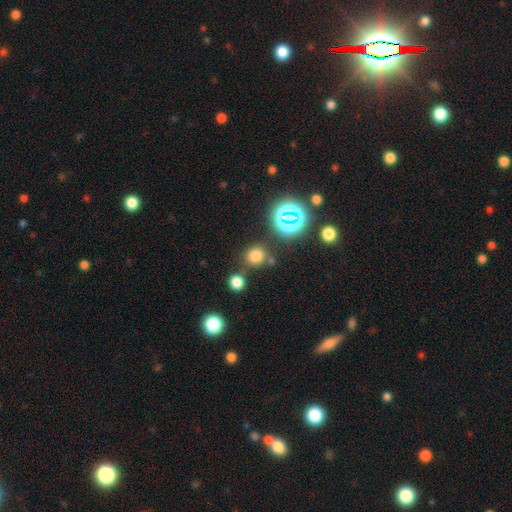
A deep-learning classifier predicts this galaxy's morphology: A smooth galaxy with no disk features (71%) that is round (86%). Merging: none (77%).